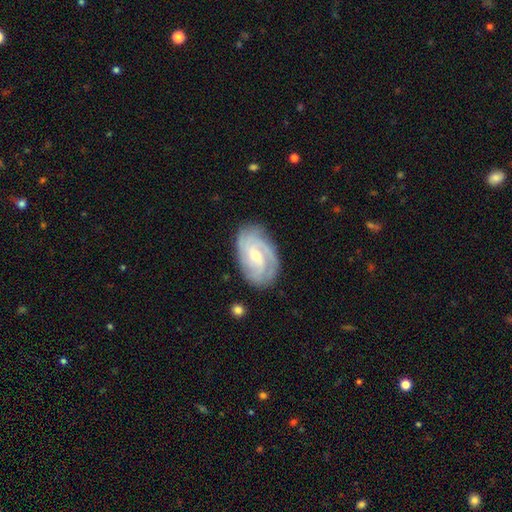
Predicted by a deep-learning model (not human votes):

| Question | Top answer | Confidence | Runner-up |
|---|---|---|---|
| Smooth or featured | featured or disk | 83% | smooth (12%) |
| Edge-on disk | no | 96% | yes (4%) |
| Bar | no | 46% | weak (44%) |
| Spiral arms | yes | 96% | no (4%) |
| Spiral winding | tight | 61% | medium (31%) |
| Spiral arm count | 3 | 31% | can't tell (24%) |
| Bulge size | small | 56% | moderate (41%) |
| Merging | none | 78% | minor disturbance (16%) |